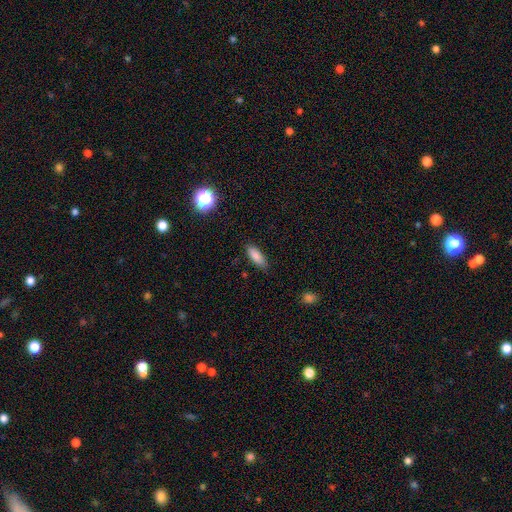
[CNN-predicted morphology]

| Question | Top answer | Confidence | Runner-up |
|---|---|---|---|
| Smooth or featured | smooth | 84% | star or artifact (8%) |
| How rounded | in between | 68% | cigar-shaped (30%) |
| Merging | none | 84% | minor disturbance (12%) |